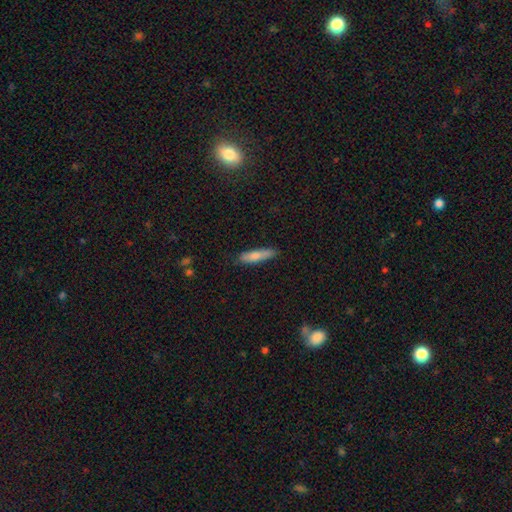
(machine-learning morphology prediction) The model was most divided on "how rounded": cigar-shaped: 77%, in between: 21%, round: 2%. More confident: merging — none (82%); smooth or featured — smooth (79%).